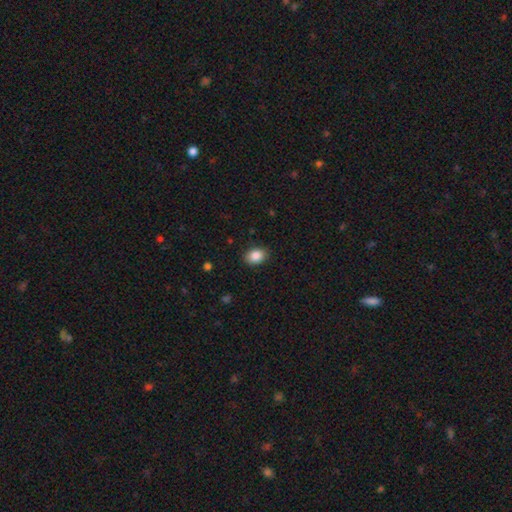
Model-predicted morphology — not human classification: type=smooth (87%); roundness=in between (72%); merging=none (86%).